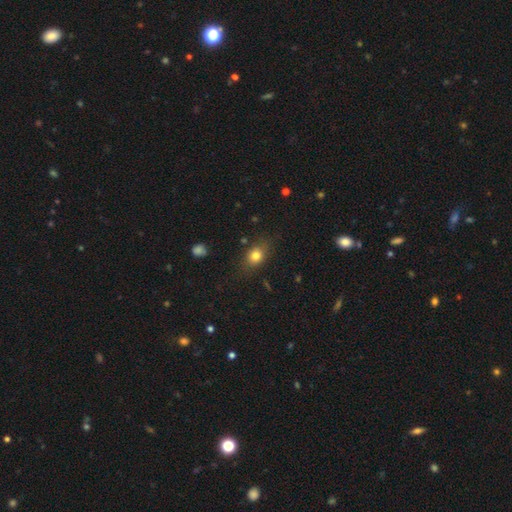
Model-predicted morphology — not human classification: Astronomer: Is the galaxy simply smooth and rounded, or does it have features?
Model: smooth — 79%.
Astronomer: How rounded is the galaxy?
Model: in between — 58% (runner-up: round, 39%).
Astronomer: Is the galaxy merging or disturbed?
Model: none — 77%.